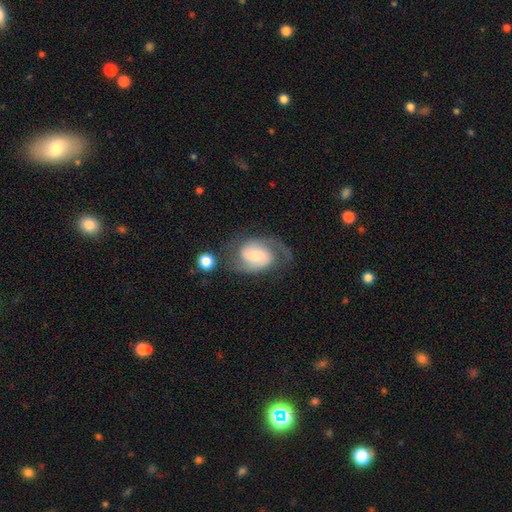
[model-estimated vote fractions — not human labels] A featured or disk galaxy (76%) with a weak bar (45%), 2 (84%) medium (51%) spiral arms (95%) and a moderate central bulge (43%).

Vote fractions:
- Smooth or featured? featured or disk: 76% / smooth: 18% / star or artifact: 6%
- Edge-on disk? no: 97% / yes: 3%
- Bar? weak: 45% / no: 41% / strong: 14%
- Spiral arms? yes: 95% / no: 5%
- Spiral winding? medium: 51% / tight: 26% / loose: 23%
- Spiral arm count? 2: 84% / can't tell: 6% / 1: 5% / 3: 2% / 4: 1% / more than 4: 1%
- Bulge size? moderate: 43% / small: 41% / large: 10% / none: 4% / dominant: 2%
- Merging? none: 59% / minor disturbance: 20% / major disturbance: 15% / merger: 6%